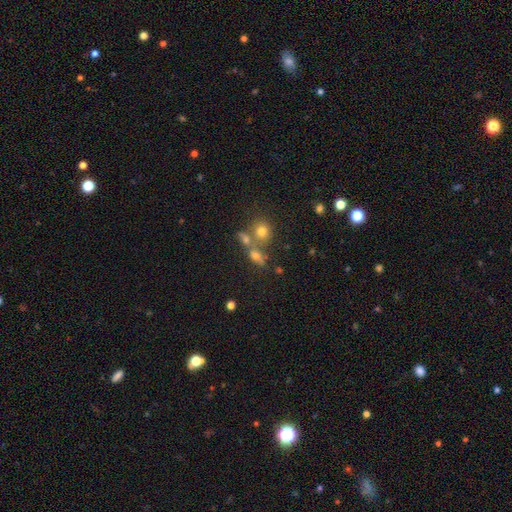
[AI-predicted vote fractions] smooth-or-featured: smooth: 63% | star or artifact: 19% | featured or disk: 18%
  how-rounded: in between: 62% | round: 28% | cigar-shaped: 10%
  merging: none: 45% | merger: 36% | minor disturbance: 12% | major disturbance: 7%